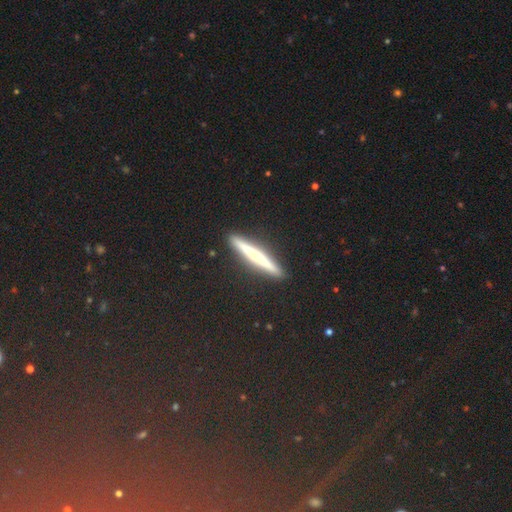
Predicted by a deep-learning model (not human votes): Smooth or featured? Predicted: featured or disk (p=0.58). Edge-on disk? Predicted: yes (p=0.96). Edge-on bulge? Predicted: rounded (p=0.47). Merging? Predicted: none (p=0.92).